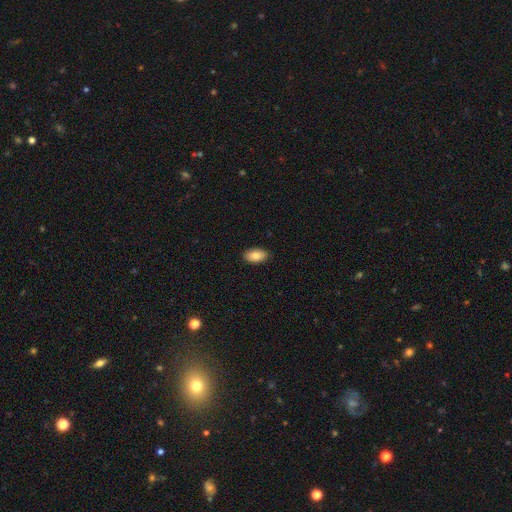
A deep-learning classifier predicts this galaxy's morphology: Smooth or featured? smooth (85%)
How rounded? in between (94%)
Merging? none (89%)